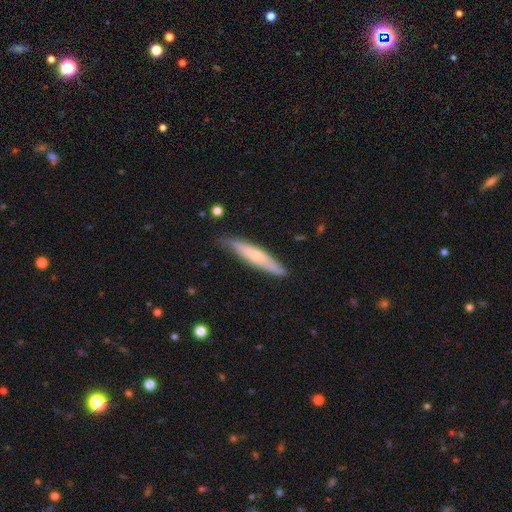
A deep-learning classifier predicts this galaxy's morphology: smooth 53%, featured or disk 41%, star or artifact 6%. Down the decision tree: how rounded — cigar-shaped (87%); merging — none (79%).